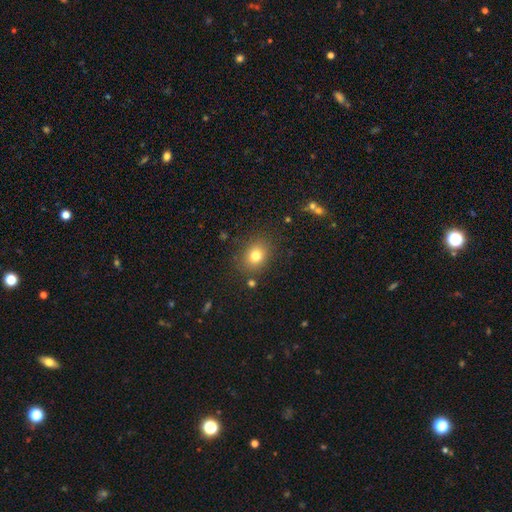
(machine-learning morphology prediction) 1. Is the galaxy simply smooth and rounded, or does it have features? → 79% smooth, 13% star or artifact, 9% featured or disk.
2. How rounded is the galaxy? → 53% round, 47% in between, 1% cigar-shaped.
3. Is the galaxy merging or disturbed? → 83% none, 11% minor disturbance, 4% major disturbance, 3% merger.